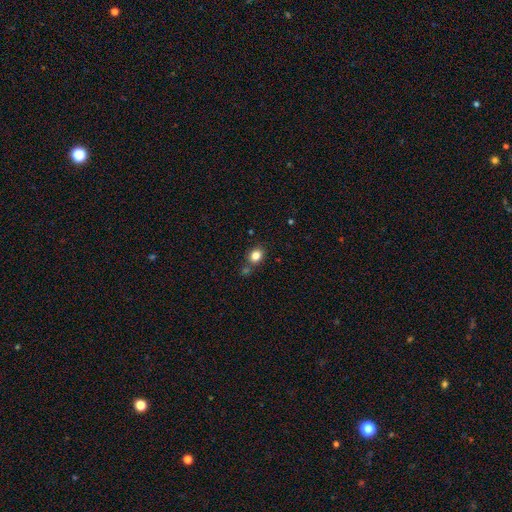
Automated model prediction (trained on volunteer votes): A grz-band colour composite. It shows a smooth galaxy with no disk features (83%) that is round (58%). Merging: none (73%).